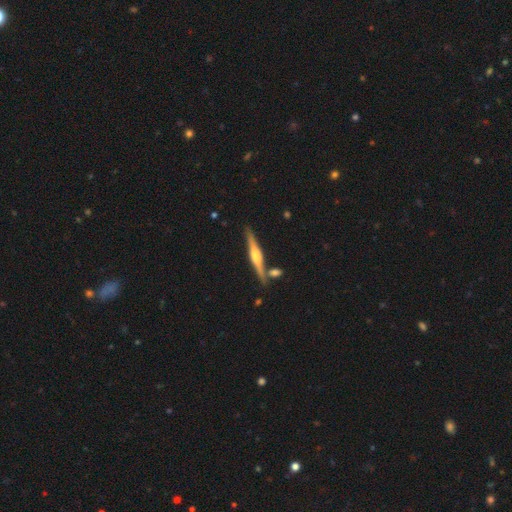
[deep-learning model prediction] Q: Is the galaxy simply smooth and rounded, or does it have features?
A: featured or disk — 74%.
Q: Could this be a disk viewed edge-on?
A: yes — 98%.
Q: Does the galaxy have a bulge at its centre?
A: rounded — 82%.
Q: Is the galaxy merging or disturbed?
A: none — 82%.